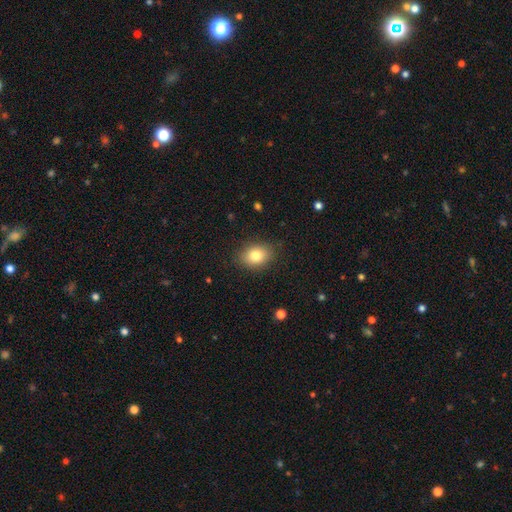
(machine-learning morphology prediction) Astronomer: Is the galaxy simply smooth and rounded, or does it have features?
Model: smooth — 81%.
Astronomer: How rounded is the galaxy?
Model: in between — 64%.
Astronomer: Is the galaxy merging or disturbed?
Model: none — 86%.